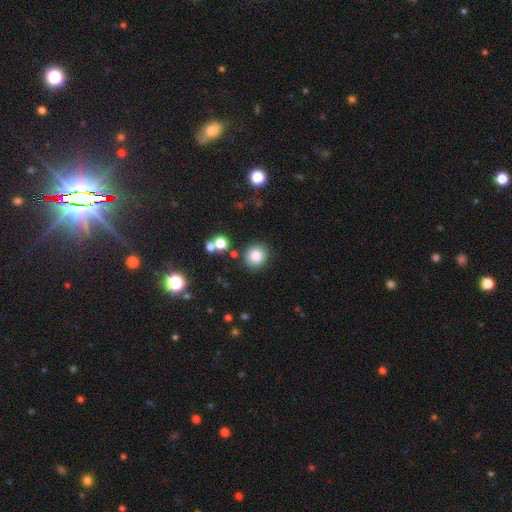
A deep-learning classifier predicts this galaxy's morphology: The model was most divided on "how rounded": round: 76%, in between: 23%, cigar-shaped: 1%. More confident: merging — none (84%); smooth or featured — smooth (81%).